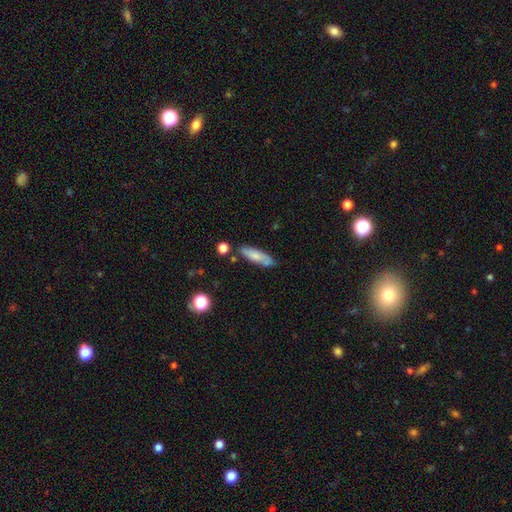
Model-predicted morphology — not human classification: smooth-or-featured: smooth: 71% | featured or disk: 22% | star or artifact: 7%
  how-rounded: cigar-shaped: 58% | in between: 39% | round: 2%
  merging: none: 71% | minor disturbance: 18% | merger: 7% | major disturbance: 4%